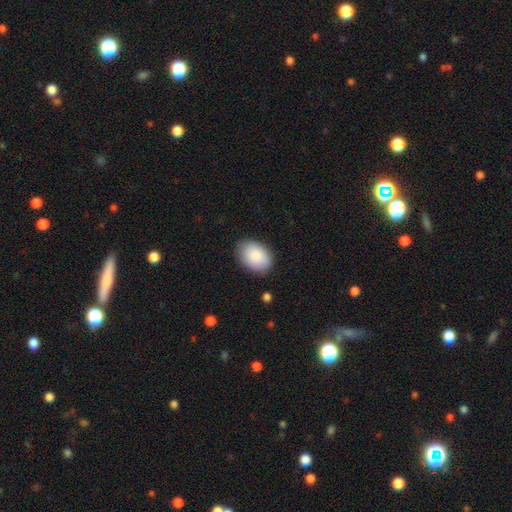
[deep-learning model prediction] A smooth galaxy with no disk features (88%) that is in between round and cigar-shaped (82%).

Vote fractions:
- Smooth or featured? smooth: 88% / star or artifact: 6% / featured or disk: 6%
- How rounded? in between: 82% / round: 17% / cigar-shaped: 1%
- Merging? none: 84% / minor disturbance: 12% / major disturbance: 3% / merger: 1%